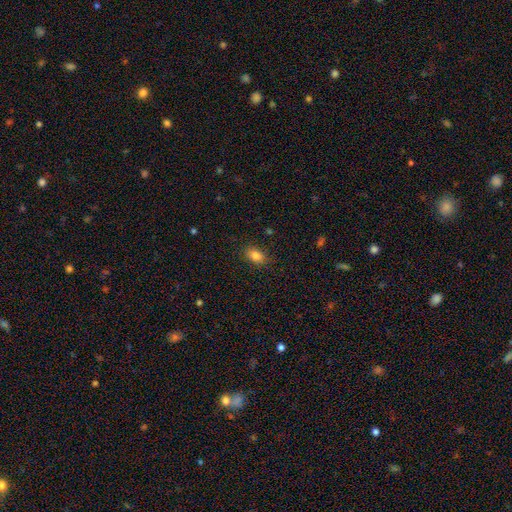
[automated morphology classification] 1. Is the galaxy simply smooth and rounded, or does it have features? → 84% smooth, 10% star or artifact, 6% featured or disk.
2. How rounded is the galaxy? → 81% in between, 17% round, 2% cigar-shaped.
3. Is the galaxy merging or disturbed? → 86% none, 10% minor disturbance, 3% major disturbance, 1% merger.